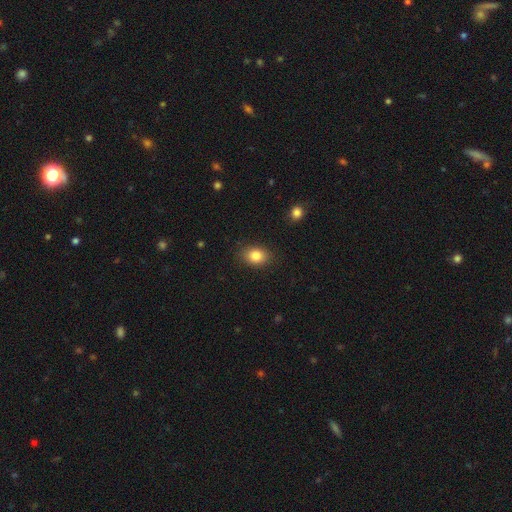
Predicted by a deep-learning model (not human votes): smooth-or-featured: smooth: 84% | star or artifact: 9% | featured or disk: 7%
  how-rounded: in between: 70% | round: 29% | cigar-shaped: 1%
  merging: none: 85% | minor disturbance: 11% | major disturbance: 3% | merger: 1%